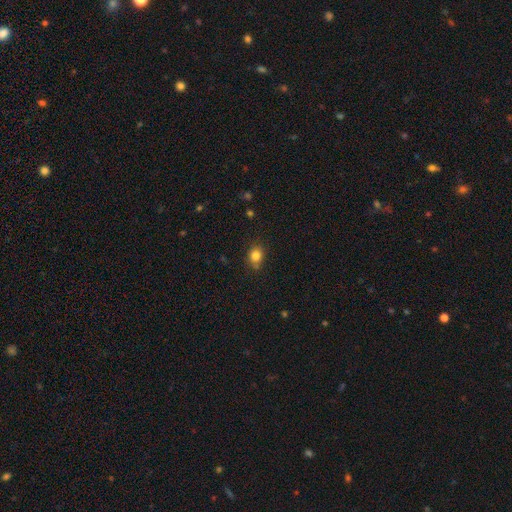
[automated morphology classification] The model was most divided on "how rounded": round: 65%, in between: 34%, cigar-shaped: 1%. More confident: smooth or featured — smooth (82%); merging — none (72%).